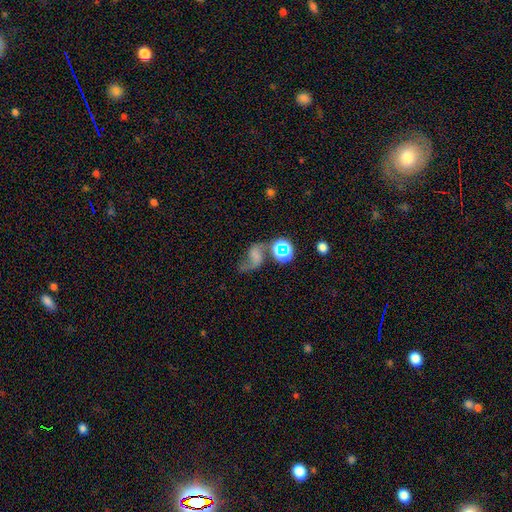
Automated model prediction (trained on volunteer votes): Smooth or featured: featured or disk — 50% (smooth — 30%)
Edge-on disk: no — 97% (yes — 3%)
Merging: none — 37% (major disturbance — 26%)